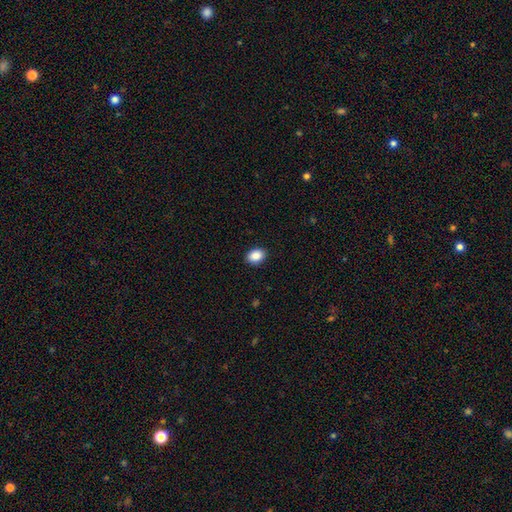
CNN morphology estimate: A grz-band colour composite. It shows a smooth galaxy with no disk features (89%) that is in between round and cigar-shaped (74%). Merging: none (90%).